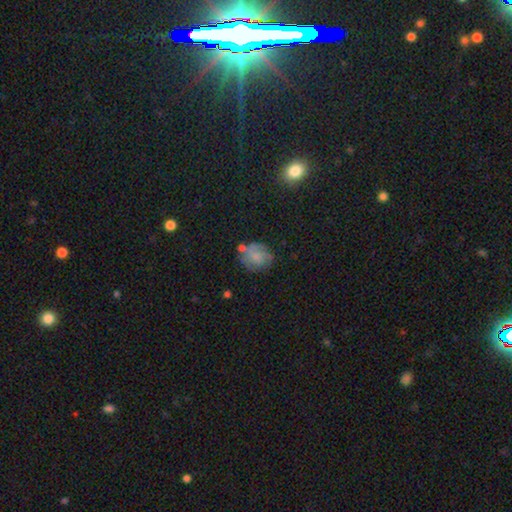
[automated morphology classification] Smooth or featured?
  - smooth: 53% *
  - featured or disk: 36%
  - star or artifact: 11%
How rounded?
  - round: 69% *
  - in between: 30%
  - cigar-shaped: 1%
Merging?
  - none: 56% *
  - minor disturbance: 24%
  - major disturbance: 11%
  - merger: 9%